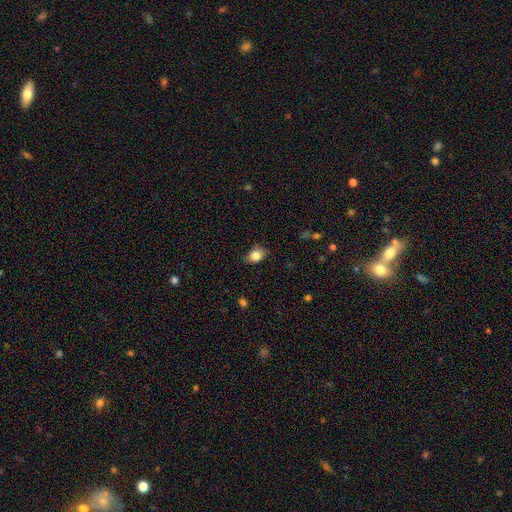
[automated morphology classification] This appears to be a smooth galaxy with no disk features (84%) that is in between round and cigar-shaped (68%). Merging: none (77%).